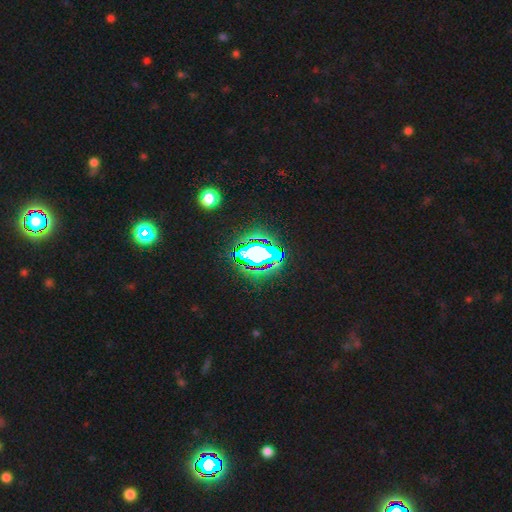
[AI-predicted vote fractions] Smooth or featured?
  - star or artifact: 69% *
  - featured or disk: 16%
  - smooth: 15%